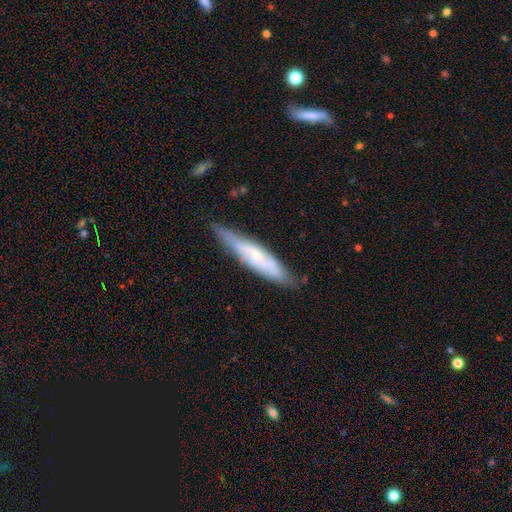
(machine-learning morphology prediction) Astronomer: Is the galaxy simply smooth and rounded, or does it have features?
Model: featured or disk — 56% (runner-up: smooth, 37%).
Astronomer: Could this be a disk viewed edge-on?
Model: yes — 66%.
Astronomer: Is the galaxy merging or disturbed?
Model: none — 74%.